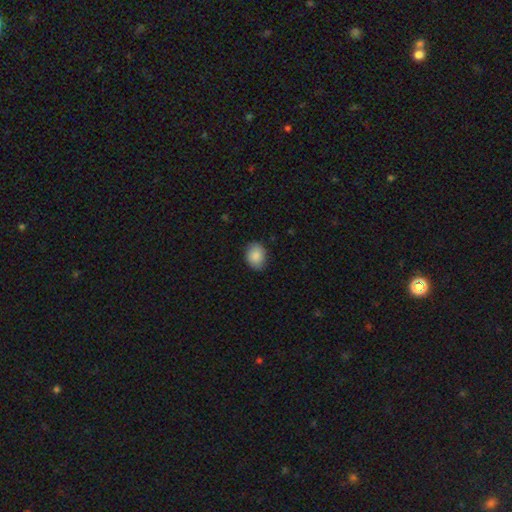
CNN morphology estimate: smooth 88%, star or artifact 7%, featured or disk 5%. Down the decision tree: how rounded — in between (62%); merging — none (82%).